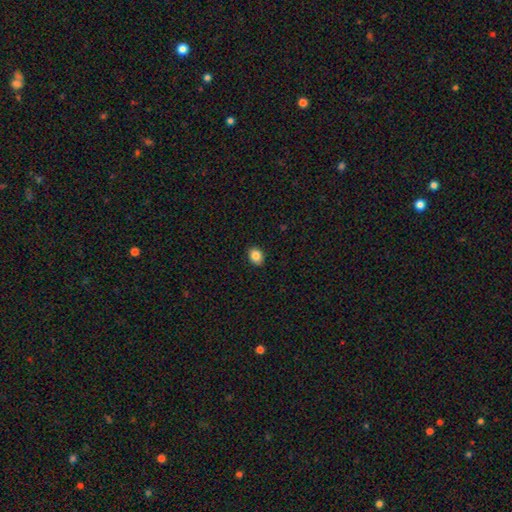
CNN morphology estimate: A smooth galaxy with no disk features (86%) that is in between round and cigar-shaped (61%). Merging: none (90%).